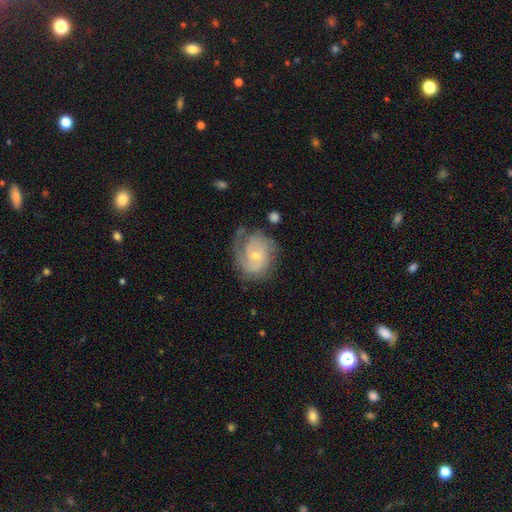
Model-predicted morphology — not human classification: smooth_or_featured: featured or disk (p=0.82) [alt: smooth p=0.11]
disk_edge_on: no (p=0.98) [alt: yes p=0.02]
bar: no (p=0.67) [alt: weak p=0.28]
has_spiral_arms: yes (p=0.95) [alt: no p=0.05]
spiral_winding: tight (p=0.55) [alt: medium p=0.34]
spiral_arm_count: 2 (p=0.44) [alt: can't tell p=0.22]
bulge_size: small (p=0.68) [alt: moderate p=0.28]
merging: none (p=0.64) [alt: minor disturbance p=0.22]